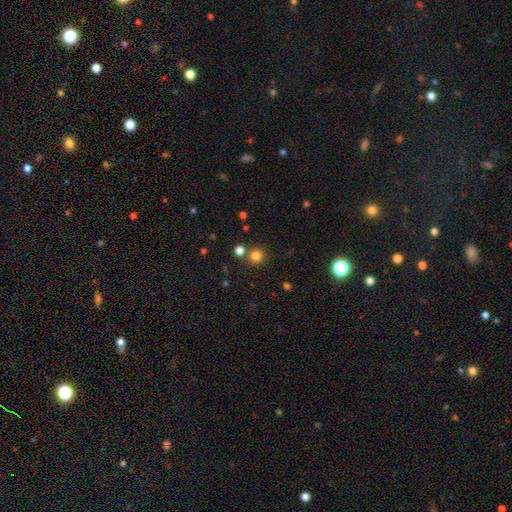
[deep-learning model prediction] A smooth galaxy with no disk features (81%) that is round (94%).

Vote fractions:
- Smooth or featured? smooth: 81% / star or artifact: 15% / featured or disk: 5%
- How rounded? round: 94% / in between: 5% / cigar-shaped: 1%
- Merging? none: 80% / merger: 11% / minor disturbance: 6% / major disturbance: 3%